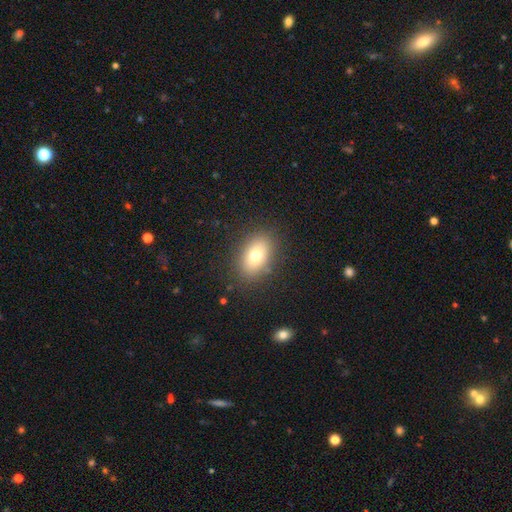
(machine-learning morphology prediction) Q: Smooth or featured?
A: smooth (73%); runner-up: featured or disk (15%)
Q: How rounded?
A: in between (79%); runner-up: round (19%)
Q: Merging?
A: none (86%); runner-up: minor disturbance (10%)